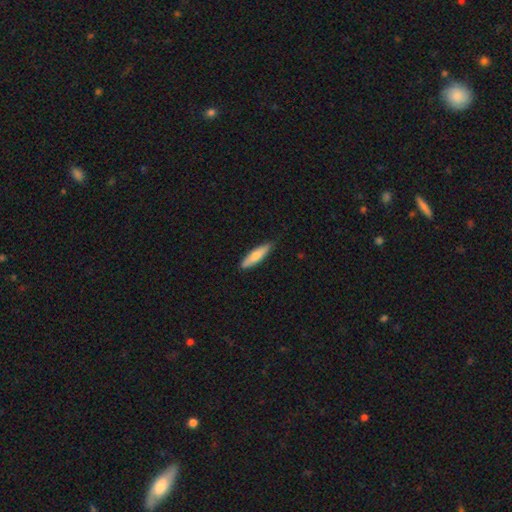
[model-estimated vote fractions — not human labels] smooth_or_featured: smooth (p=0.73) [alt: featured or disk p=0.22]
how_rounded: cigar-shaped (p=0.74) [alt: in between p=0.24]
merging: none (p=0.87) [alt: minor disturbance p=0.10]